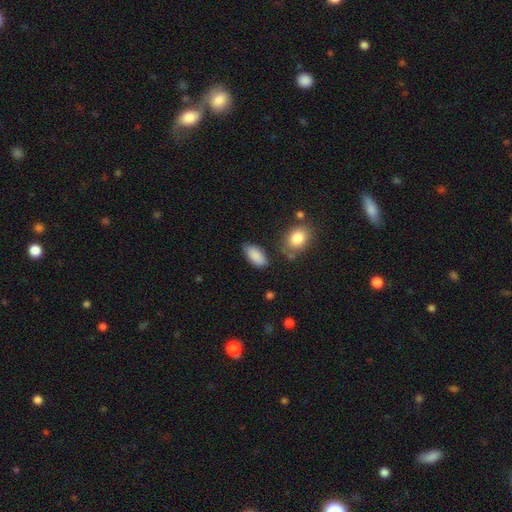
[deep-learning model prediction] A smooth galaxy with no disk features (87%) that is in between round and cigar-shaped (90%). Merging: none (75%).